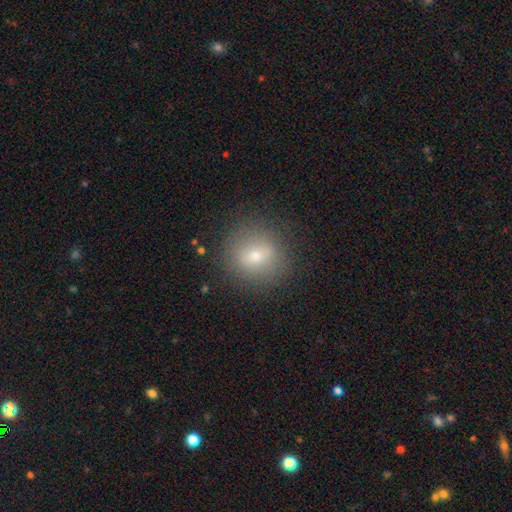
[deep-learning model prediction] smooth_or_featured: smooth (p=0.65) [alt: featured or disk p=0.23]
how_rounded: round (p=0.89) [alt: in between p=0.09]
merging: none (p=0.85) [alt: minor disturbance p=0.09]